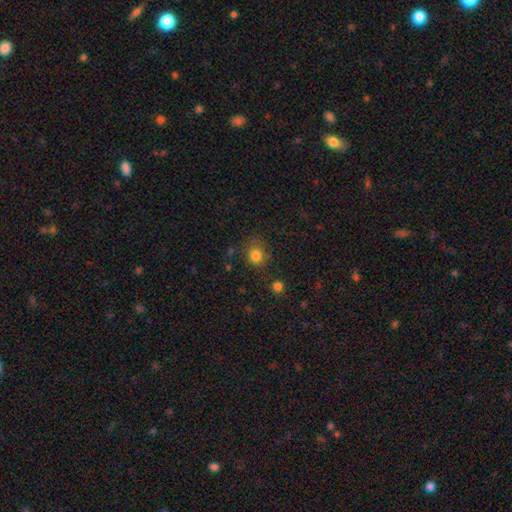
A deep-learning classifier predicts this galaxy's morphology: Smooth or featured?
  - smooth: 81% *
  - star or artifact: 13%
  - featured or disk: 6%
How rounded?
  - round: 82% *
  - in between: 18%
  - cigar-shaped: 1%
Merging?
  - none: 74% *
  - minor disturbance: 16%
  - major disturbance: 6%
  - merger: 4%